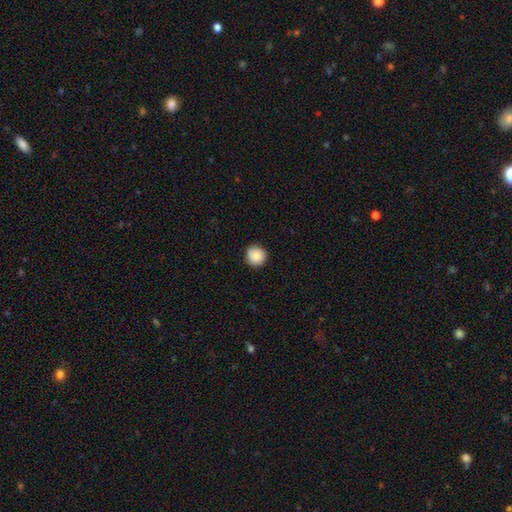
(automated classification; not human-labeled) Overall: smooth (84%). How rounded: round (94%). Merging: none (88%).